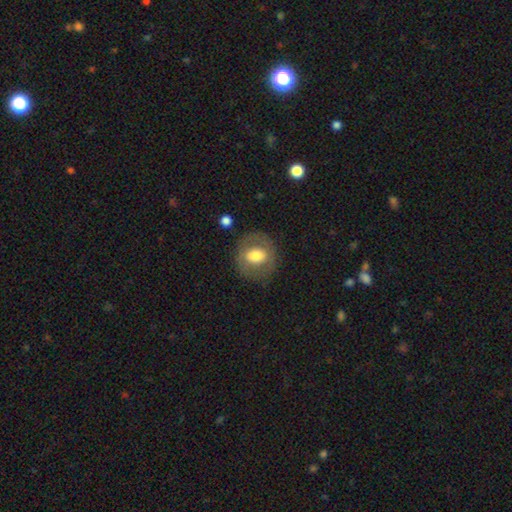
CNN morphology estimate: Smooth or featured? Predicted: smooth (p=0.59). How rounded? Predicted: round (p=0.75). Merging? Predicted: none (p=0.79).